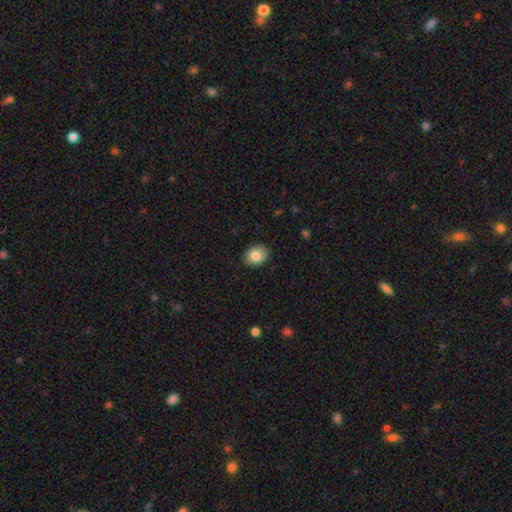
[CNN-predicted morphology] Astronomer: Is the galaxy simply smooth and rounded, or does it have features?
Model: smooth — 82%.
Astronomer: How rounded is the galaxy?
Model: in between — 56% (runner-up: round, 43%).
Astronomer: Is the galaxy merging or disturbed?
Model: none — 86%.